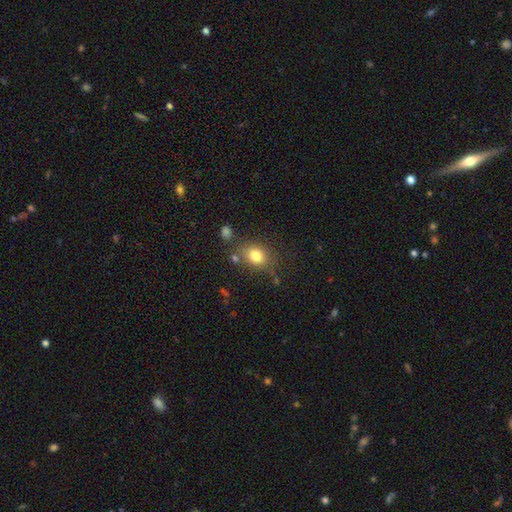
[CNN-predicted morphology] Smooth or featured? Predicted: smooth (p=0.79). How rounded? Predicted: in between (p=0.55). Merging? Predicted: none (p=0.73).